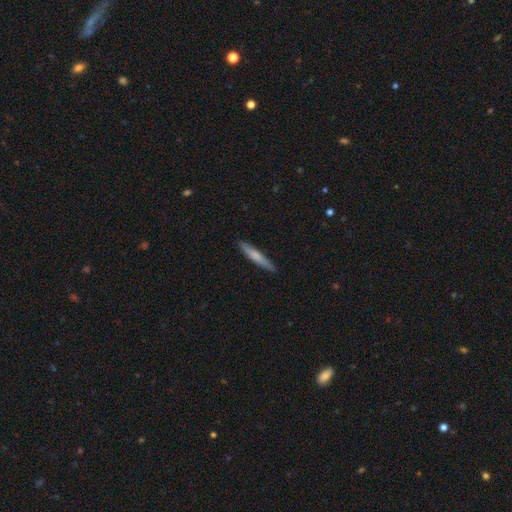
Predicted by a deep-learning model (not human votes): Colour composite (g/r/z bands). It shows a smooth galaxy with no disk features (69%) that is cigar-shaped (93%). Merging: none (89%).